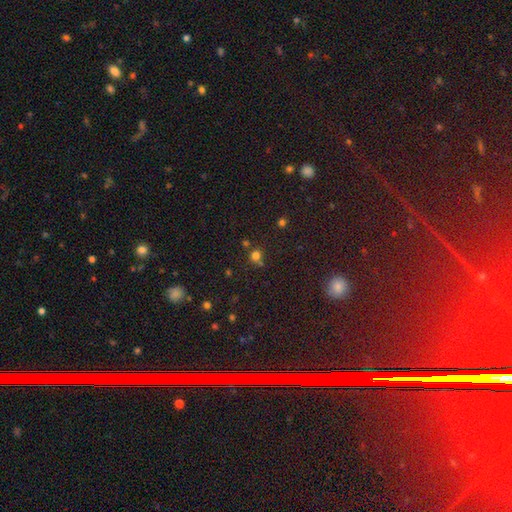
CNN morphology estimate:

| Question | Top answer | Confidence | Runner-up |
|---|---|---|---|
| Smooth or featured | smooth | 70% | star or artifact (23%) |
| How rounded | round | 86% | in between (13%) |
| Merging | none | 64% | merger (22%) |